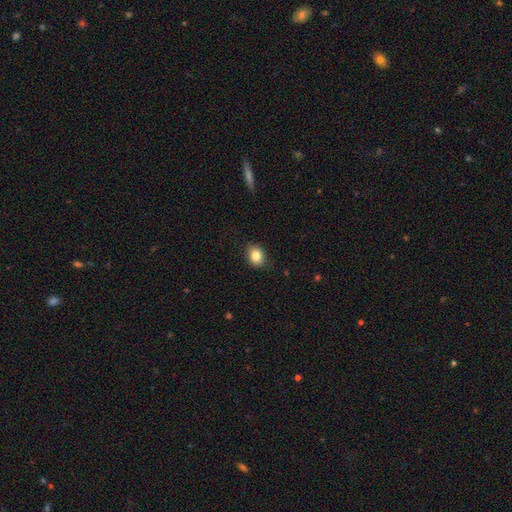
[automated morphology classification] This appears to be a smooth galaxy with no disk features (83%) that is round (52%). Merging: none (86%).